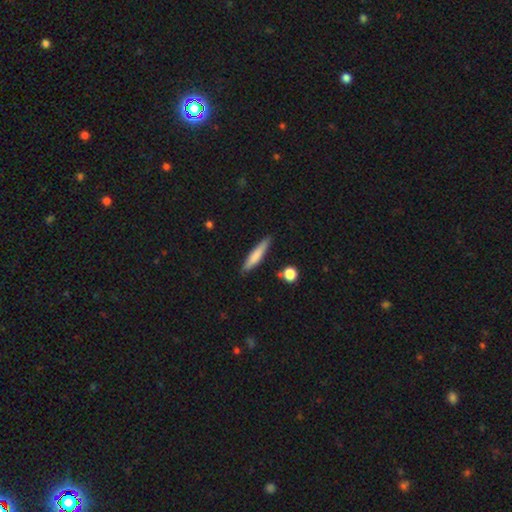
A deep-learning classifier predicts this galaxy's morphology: smooth_or_featured: smooth (p=0.71) [alt: featured or disk p=0.23]
how_rounded: cigar-shaped (p=0.89) [alt: in between p=0.10]
merging: none (p=0.85) [alt: minor disturbance p=0.10]